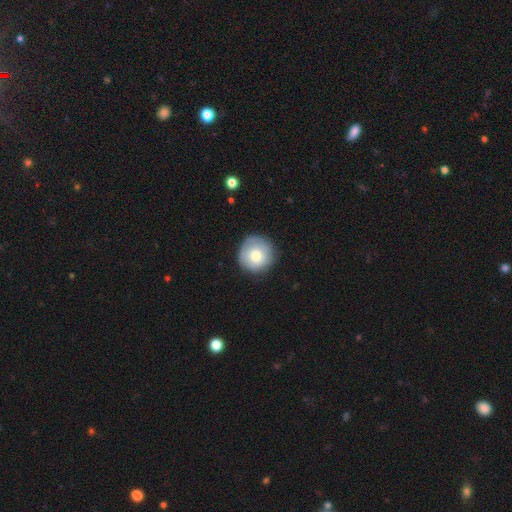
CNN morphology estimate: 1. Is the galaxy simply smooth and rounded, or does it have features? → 69% smooth, 23% featured or disk, 7% star or artifact.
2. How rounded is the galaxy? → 94% round, 5% in between, 1% cigar-shaped.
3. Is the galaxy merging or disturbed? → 79% none, 15% minor disturbance, 4% major disturbance, 1% merger.